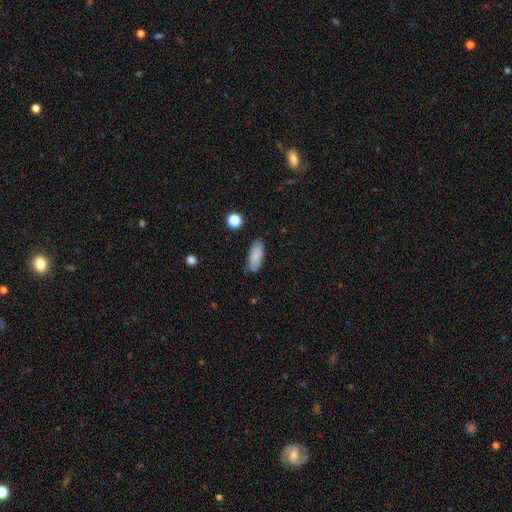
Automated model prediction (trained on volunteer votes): smooth 83%, featured or disk 9%, star or artifact 7%. Down the decision tree: how rounded — in between (82%); merging — none (82%).